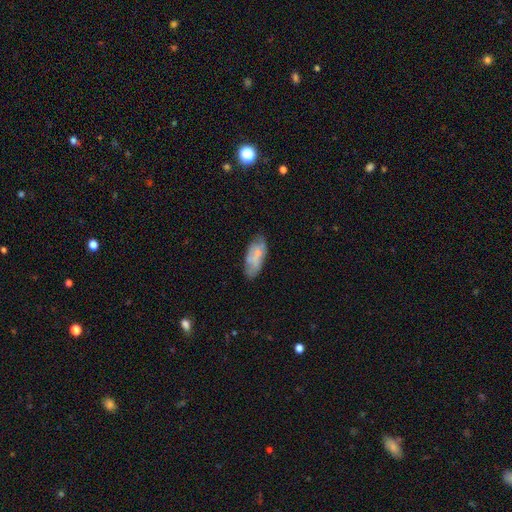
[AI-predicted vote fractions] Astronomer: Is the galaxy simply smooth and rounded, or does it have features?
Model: smooth — 57% (runner-up: featured or disk, 36%).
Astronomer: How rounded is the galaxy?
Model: in between — 85%.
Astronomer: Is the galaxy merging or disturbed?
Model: none — 58%.